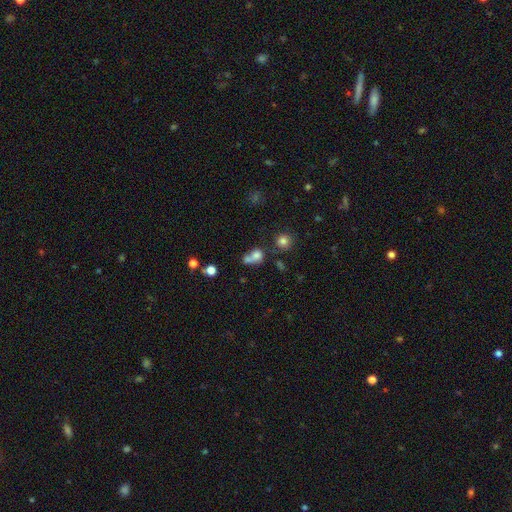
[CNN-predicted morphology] Overall: smooth (70%). How rounded: round (53%; in between 44%). Merging: merger (54%; none 27%).